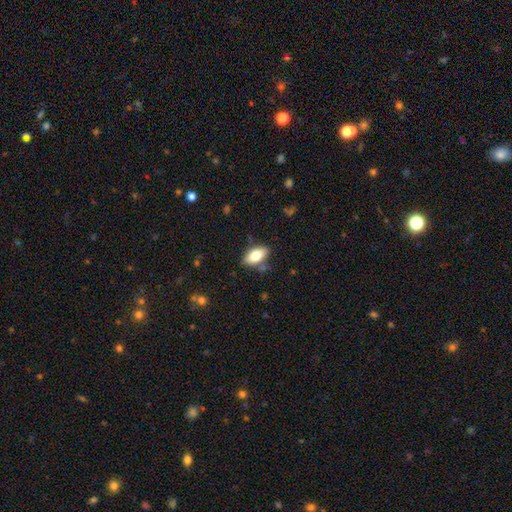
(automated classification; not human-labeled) A smooth galaxy with no disk features (78%) that is in between round and cigar-shaped (91%).

Vote fractions:
- Smooth or featured? smooth: 78% / featured or disk: 14% / star or artifact: 7%
- How rounded? in between: 91% / cigar-shaped: 5% / round: 4%
- Merging? none: 78% / minor disturbance: 14% / merger: 4% / major disturbance: 3%